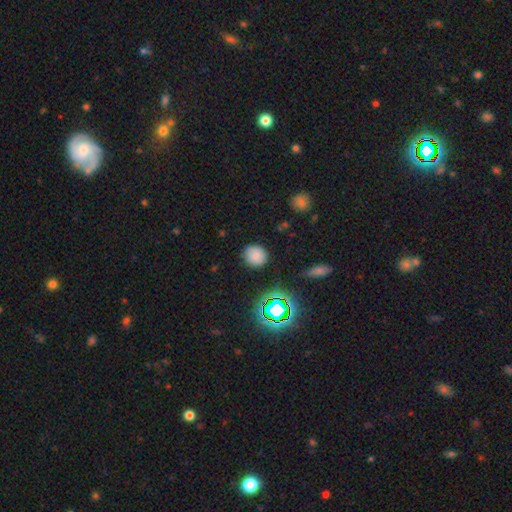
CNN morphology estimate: type=smooth (75%); roundness=round (84%); merging=none (85%).